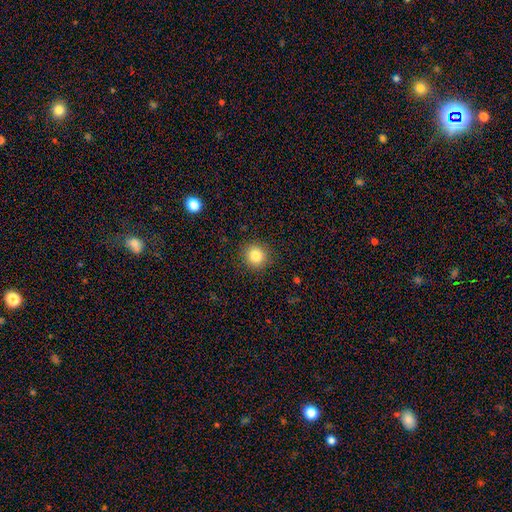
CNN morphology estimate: smooth_or_featured: smooth (p=0.83) [alt: star or artifact p=0.11]
how_rounded: round (p=0.90) [alt: in between p=0.09]
merging: none (p=0.90) [alt: minor disturbance p=0.06]